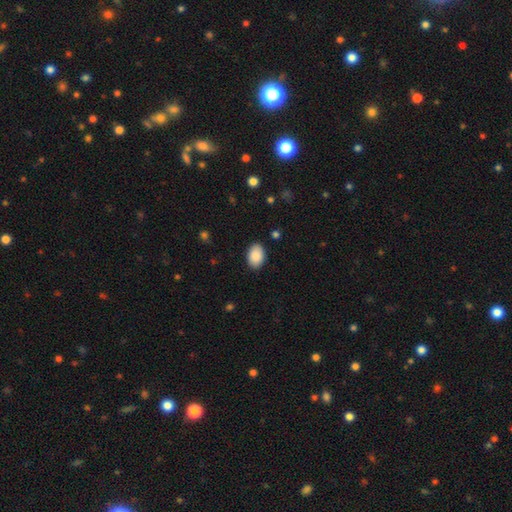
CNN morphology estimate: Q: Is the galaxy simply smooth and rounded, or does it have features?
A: smooth — 89%.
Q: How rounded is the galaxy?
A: in between — 87%.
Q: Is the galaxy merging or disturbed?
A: none — 88%.